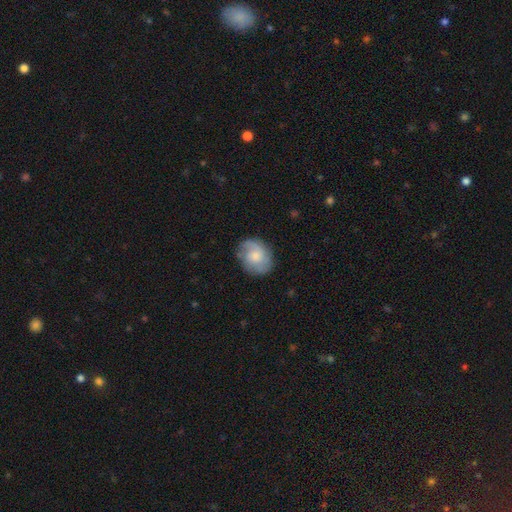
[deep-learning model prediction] The model was most divided on "smooth or featured": smooth: 50%, featured or disk: 43%, star or artifact: 7%. More confident: merging — none (74%).